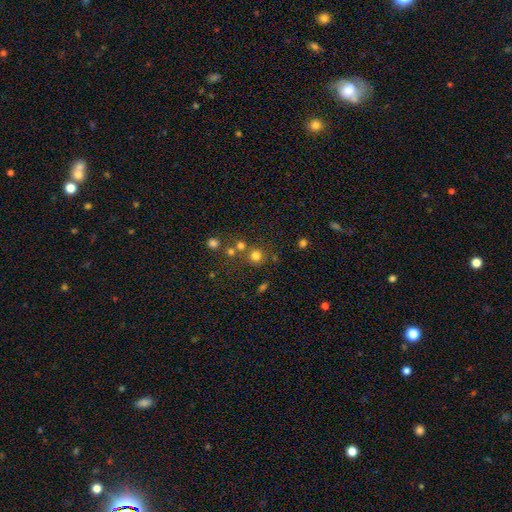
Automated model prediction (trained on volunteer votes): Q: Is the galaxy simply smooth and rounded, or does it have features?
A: smooth — 73%.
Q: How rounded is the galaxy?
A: round — 91%.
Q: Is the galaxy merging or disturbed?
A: none — 72%.